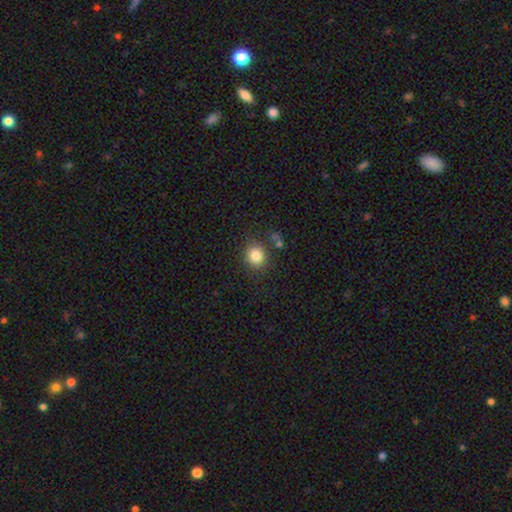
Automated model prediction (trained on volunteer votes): A smooth galaxy with no disk features (83%) that is round (83%). Merging: none (80%).